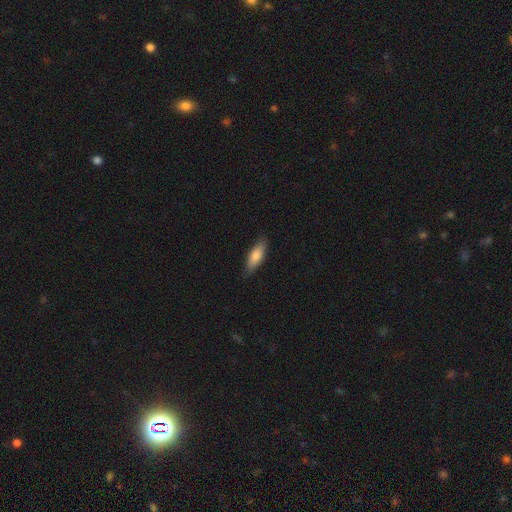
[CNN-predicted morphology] Smooth or featured? smooth (77%)
How rounded? in between (62%)
Merging? none (84%)